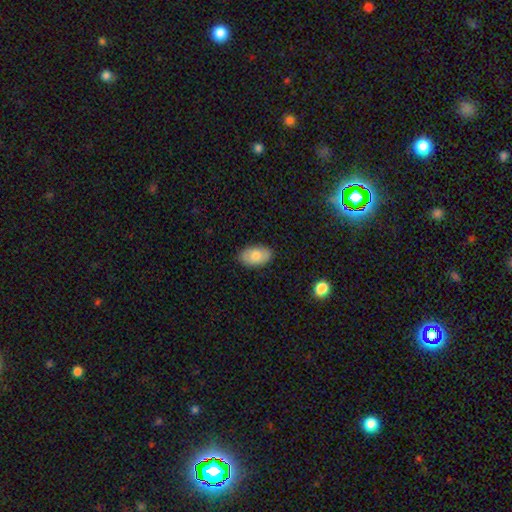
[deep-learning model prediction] A smooth galaxy with no disk features (77%) that is in between round and cigar-shaped (93%).

Vote fractions:
- Smooth or featured? smooth: 77% / featured or disk: 17% / star or artifact: 7%
- How rounded? in between: 93% / round: 6% / cigar-shaped: 1%
- Merging? none: 86% / minor disturbance: 11% / major disturbance: 2% / merger: 1%